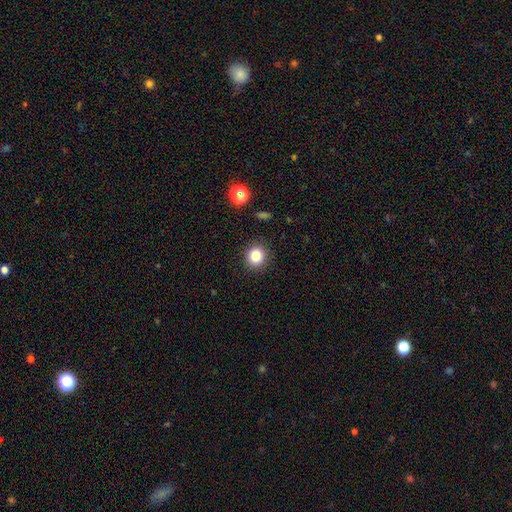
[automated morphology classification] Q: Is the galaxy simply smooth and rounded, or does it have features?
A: smooth — 84%.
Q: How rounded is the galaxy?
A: round — 83%.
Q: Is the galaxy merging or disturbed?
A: none — 89%.